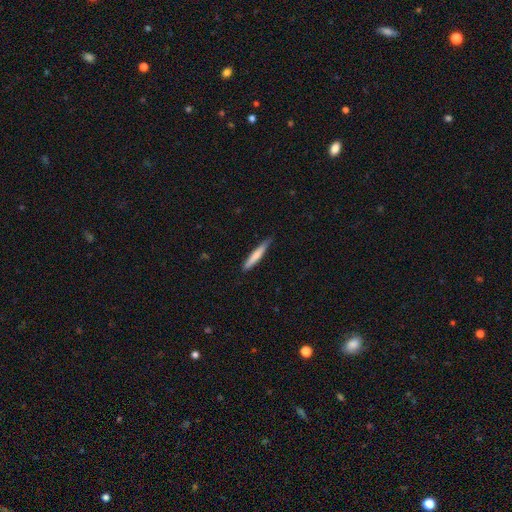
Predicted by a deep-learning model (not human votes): smooth_or_featured: smooth (p=0.69) [alt: featured or disk p=0.26]
how_rounded: cigar-shaped (p=0.94) [alt: in between p=0.05]
merging: none (p=0.82) [alt: minor disturbance p=0.15]